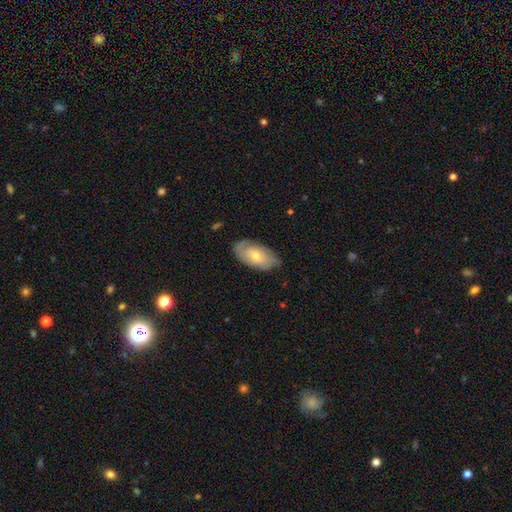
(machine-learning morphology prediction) Smooth or featured? Predicted: featured or disk (p=0.55). Edge-on disk? Predicted: no (p=0.91). Bar? Predicted: no (p=0.74). Spiral arms? Predicted: yes (p=0.77). Bulge size? Predicted: moderate (p=0.53). Merging? Predicted: none (p=0.75).